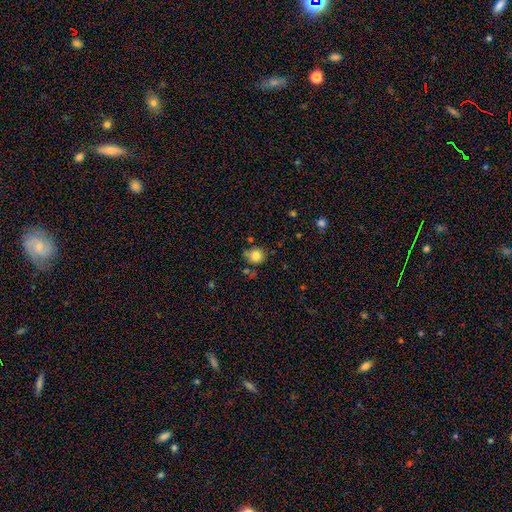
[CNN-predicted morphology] Smooth or featured?
  - smooth: 82% *
  - star or artifact: 11%
  - featured or disk: 8%
How rounded?
  - round: 84% *
  - in between: 15%
  - cigar-shaped: 1%
Merging?
  - none: 68% *
  - minor disturbance: 20%
  - merger: 7%
  - major disturbance: 5%